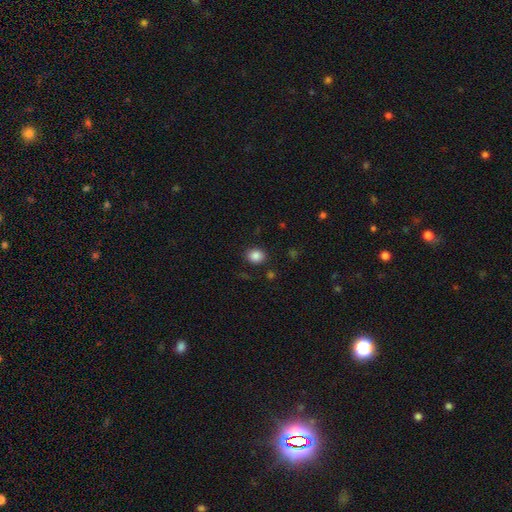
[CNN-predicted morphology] smooth 86%, star or artifact 10%, featured or disk 4%. Down the decision tree: how rounded — round (60%); merging — none (85%).